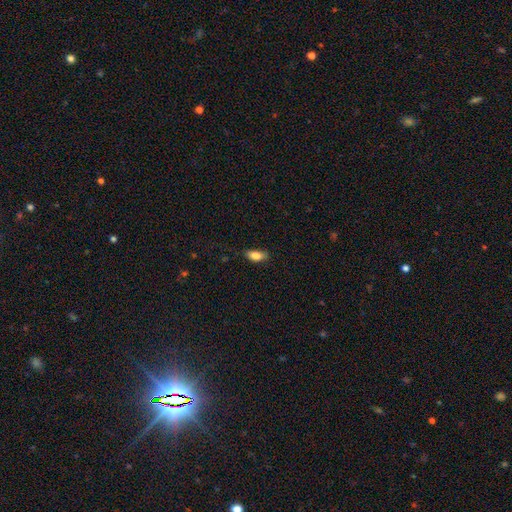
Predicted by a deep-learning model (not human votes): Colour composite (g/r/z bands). It shows a smooth galaxy with no disk features (83%) that is in between round and cigar-shaped (84%). Merging: none (70%).